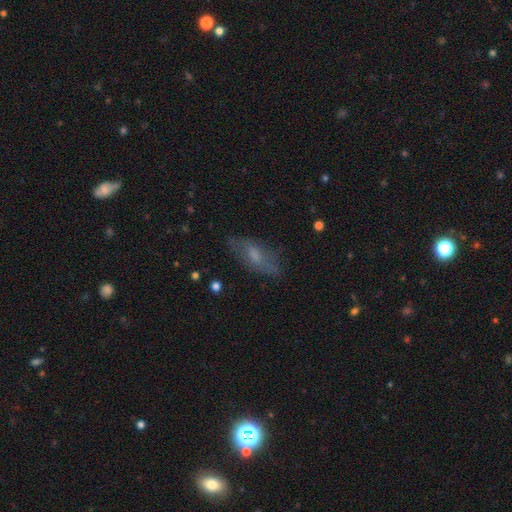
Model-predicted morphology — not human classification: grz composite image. It shows a smooth galaxy with no disk features (50%). Merging: none (68%).